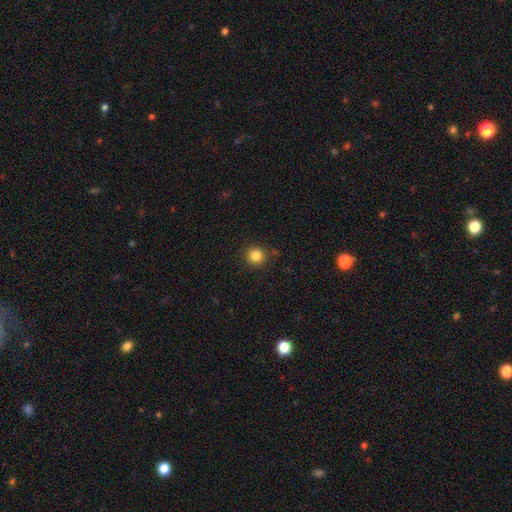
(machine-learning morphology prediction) Overall: smooth (84%). How rounded: round (92%). Merging: none (90%).